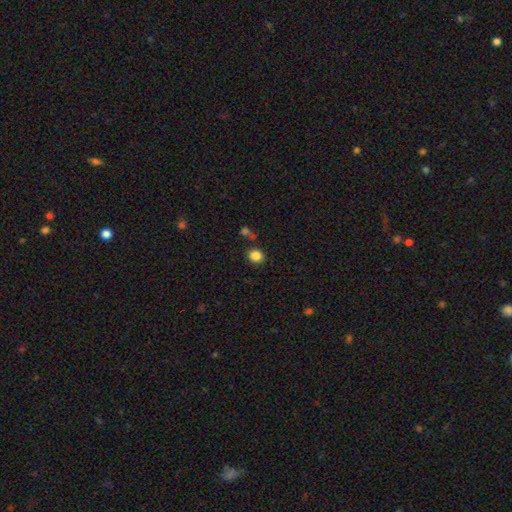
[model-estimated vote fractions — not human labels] Smooth or featured? Predicted: smooth (p=0.84). How rounded? Predicted: round (p=0.77). Merging? Predicted: none (p=0.83).